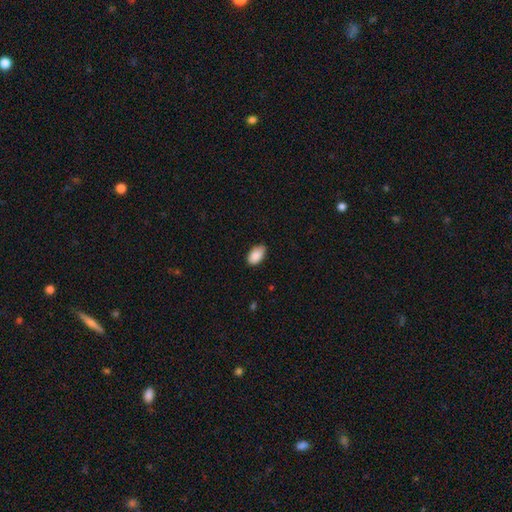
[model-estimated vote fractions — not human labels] This appears to be a smooth galaxy with no disk features (89%) that is in between round and cigar-shaped (94%). Merging: none (78%).